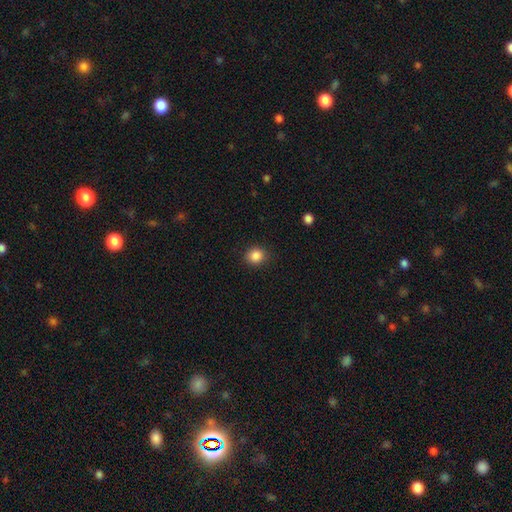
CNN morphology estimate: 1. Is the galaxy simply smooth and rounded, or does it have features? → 86% smooth, 10% star or artifact, 4% featured or disk.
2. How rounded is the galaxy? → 82% round, 17% in between, 1% cigar-shaped.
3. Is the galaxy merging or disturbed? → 89% none, 7% minor disturbance, 2% major disturbance, 1% merger.